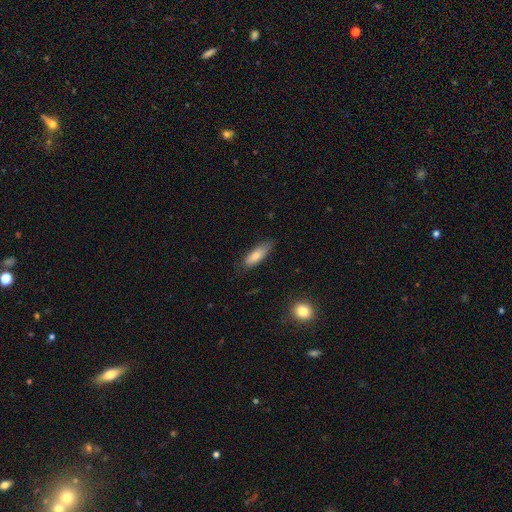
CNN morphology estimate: The model was most divided on "how rounded": in between: 63%, cigar-shaped: 35%, round: 2%. More confident: smooth or featured — smooth (77%); merging — none (74%).